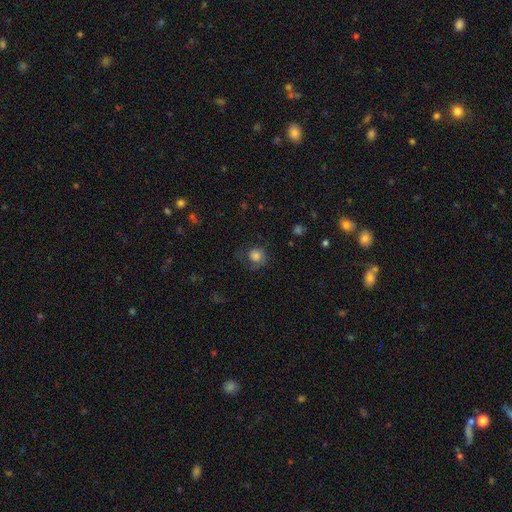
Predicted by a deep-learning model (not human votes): smooth 73%, featured or disk 17%, star or artifact 10%. Down the decision tree: how rounded — round (83%); merging — none (55%).